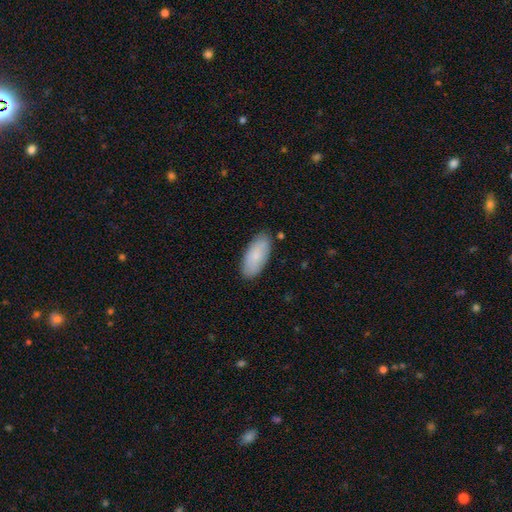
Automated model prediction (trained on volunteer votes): This appears to be a smooth galaxy with no disk features (81%) that is in between round and cigar-shaped (90%). Merging: none (85%).